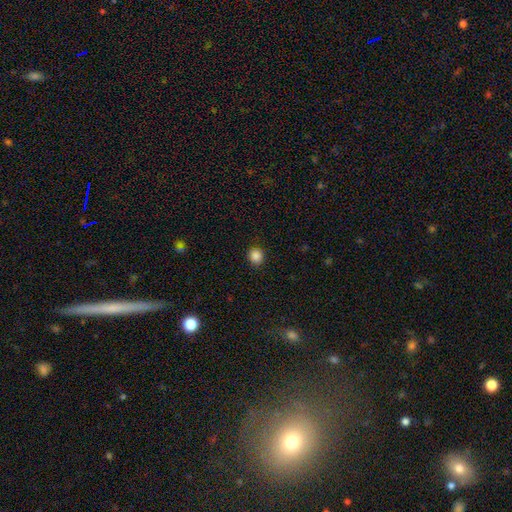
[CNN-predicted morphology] Overall: smooth (86%). How rounded: round (87%). Merging: none (90%).